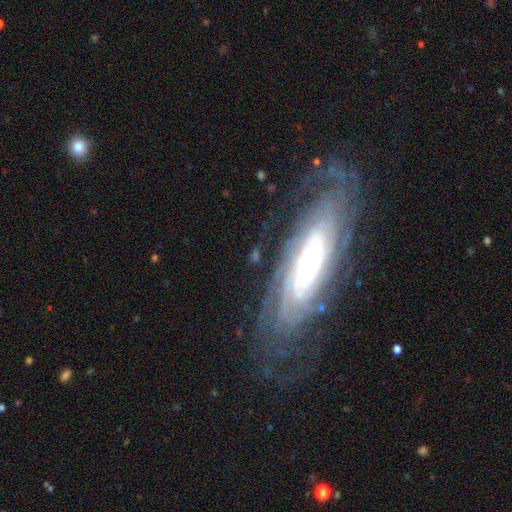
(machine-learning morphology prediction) featured or disk 77%, smooth 14%, star or artifact 8%. Down the decision tree: edge-on disk — no (80%); bar — no (62%); spiral arms — yes (92%); spiral arm count — can't tell (49%); spiral winding — tight (72%); bulge size — moderate (37%); merging — none (70%).